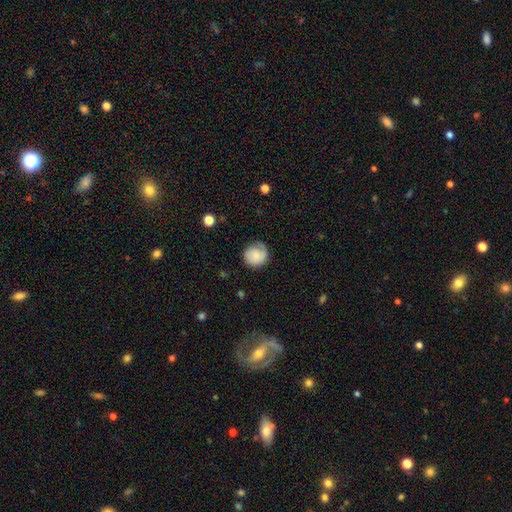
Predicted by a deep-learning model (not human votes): The model was most divided on "merging": none: 69%, minor disturbance: 22%, major disturbance: 8%, merger: 1%. More confident: how rounded — round (88%); smooth or featured — smooth (73%).